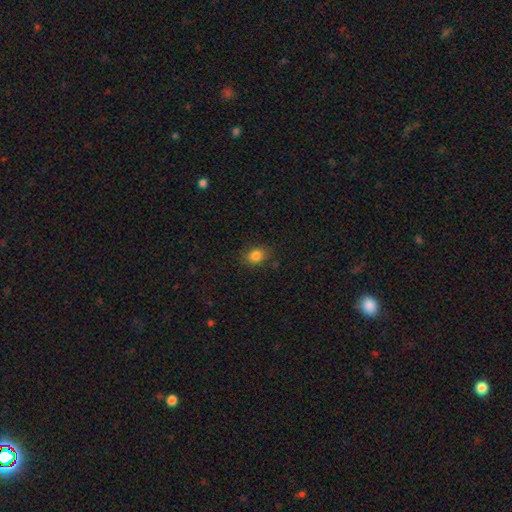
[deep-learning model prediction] The model was most divided on "how rounded": in between: 59%, round: 40%, cigar-shaped: 1%. More confident: smooth or featured — smooth (83%); merging — none (82%).